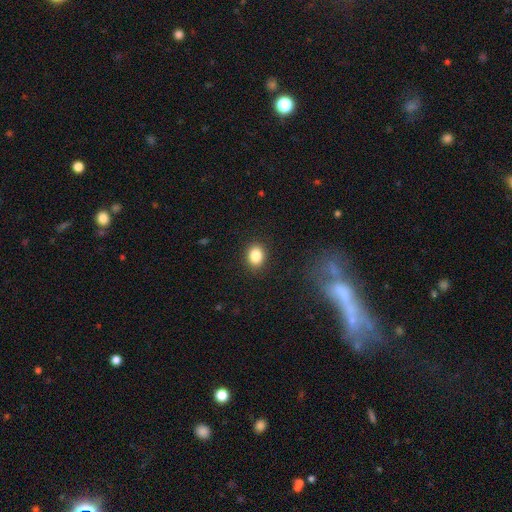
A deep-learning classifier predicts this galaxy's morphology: A smooth galaxy with no disk features (85%) that is round (51%). Merging: none (89%).